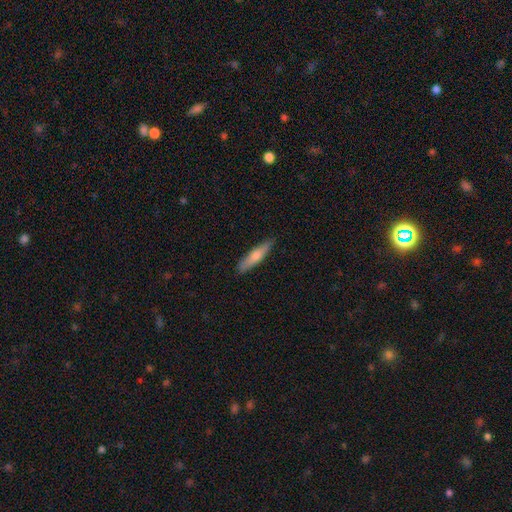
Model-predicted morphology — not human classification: The model was most divided on "smooth or featured": smooth: 63%, featured or disk: 31%, star or artifact: 6%. More confident: merging — none (88%); how rounded — cigar-shaped (83%).